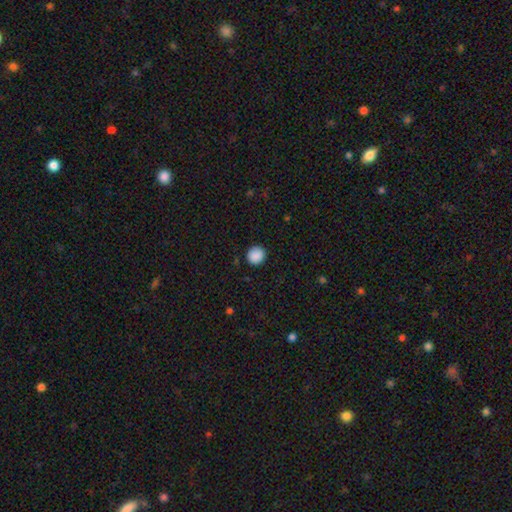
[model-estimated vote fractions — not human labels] Smooth or featured: smooth — 89% (star or artifact — 8%)
How rounded: round — 91% (in between — 8%)
Merging: none — 89% (minor disturbance — 8%)